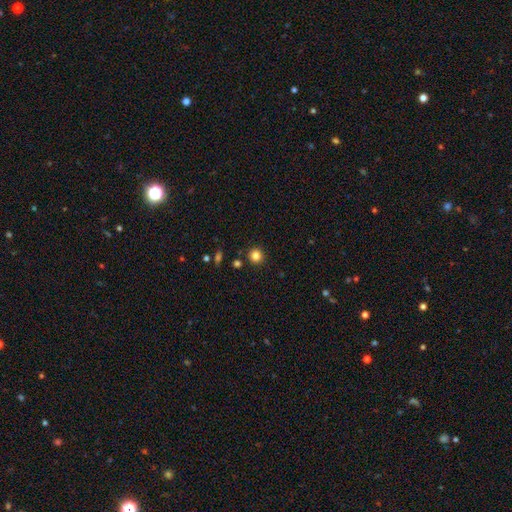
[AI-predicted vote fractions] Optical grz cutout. It shows a smooth galaxy with no disk features (83%) that is round (94%). Merging: none (89%).